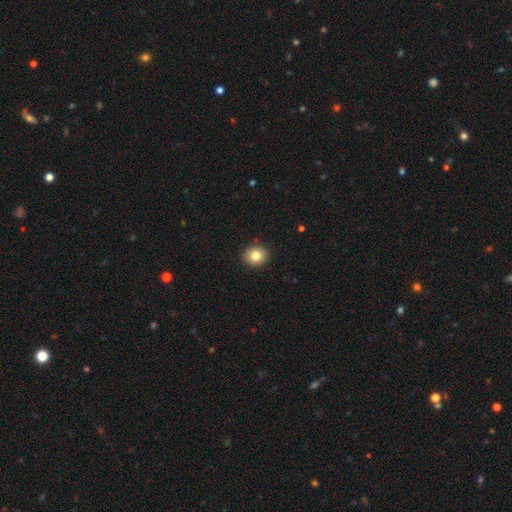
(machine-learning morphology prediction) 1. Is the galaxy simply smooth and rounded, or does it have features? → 82% smooth, 10% star or artifact, 8% featured or disk.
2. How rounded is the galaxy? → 77% round, 22% in between, 1% cigar-shaped.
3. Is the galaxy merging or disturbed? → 92% none, 6% minor disturbance, 2% major disturbance, 1% merger.